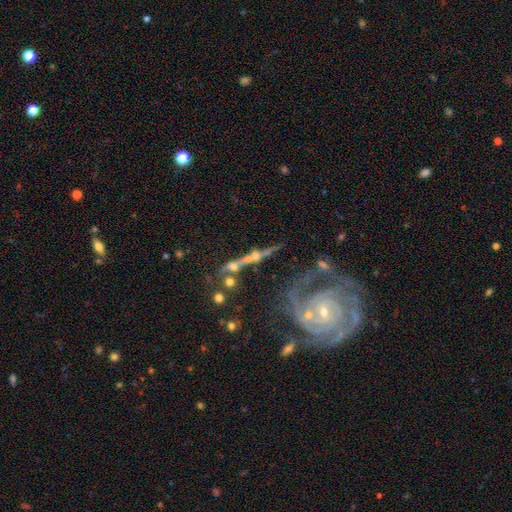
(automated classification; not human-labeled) featured or disk 57%, smooth 24%, star or artifact 19%. Down the decision tree: edge-on disk — no (51%); merging — merger (42%).